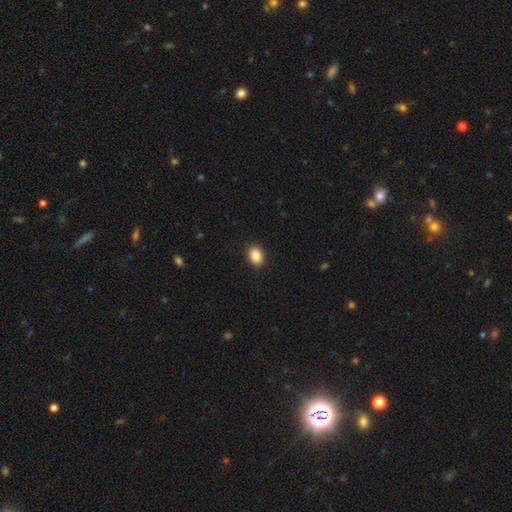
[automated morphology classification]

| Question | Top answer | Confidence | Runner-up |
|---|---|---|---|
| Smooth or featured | smooth | 87% | star or artifact (8%) |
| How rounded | in between | 69% | round (30%) |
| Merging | none | 91% | minor disturbance (7%) |